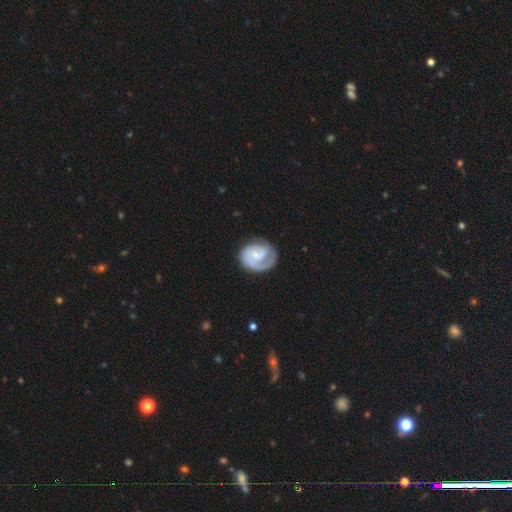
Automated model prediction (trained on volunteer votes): A featured or disk galaxy (73%) with no bar (48%), 2 (41%) tight (49%) spiral arms (92%) and a small central bulge (55%).

Vote fractions:
- Smooth or featured? featured or disk: 73% / smooth: 22% / star or artifact: 5%
- Edge-on disk? no: 98% / yes: 2%
- Bar? no: 48% / weak: 43% / strong: 9%
- Spiral arms? yes: 92% / no: 8%
- Spiral winding? tight: 49% / medium: 36% / loose: 14%
- Spiral arm count? 2: 41% / 1: 37% / can't tell: 13% / 3: 5% / 4: 2% / more than 4: 2%
- Bulge size? small: 55% / moderate: 27% / none: 14% / large: 3% / dominant: 1%
- Merging? none: 65% / minor disturbance: 20% / major disturbance: 13% / merger: 2%